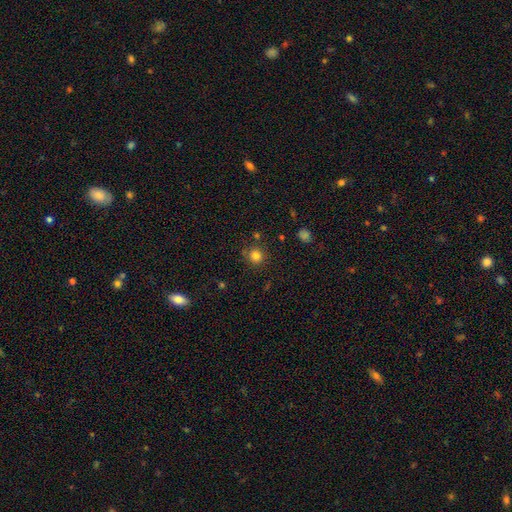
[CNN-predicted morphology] The model was most divided on "smooth or featured": smooth: 81%, star or artifact: 13%, featured or disk: 6%. More confident: how rounded — round (92%); merging — none (81%).